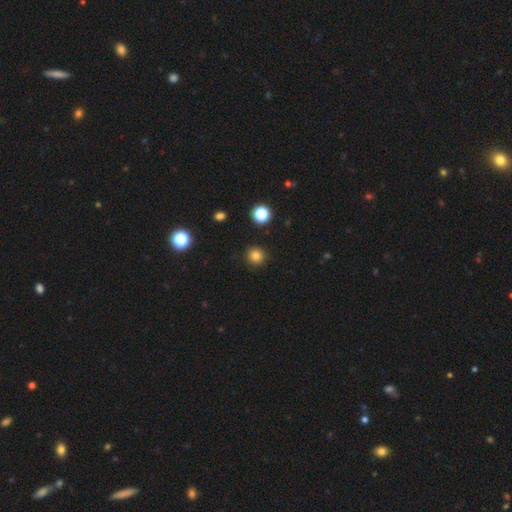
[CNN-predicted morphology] type=smooth (81%); roundness=round (94%); merging=none (91%).